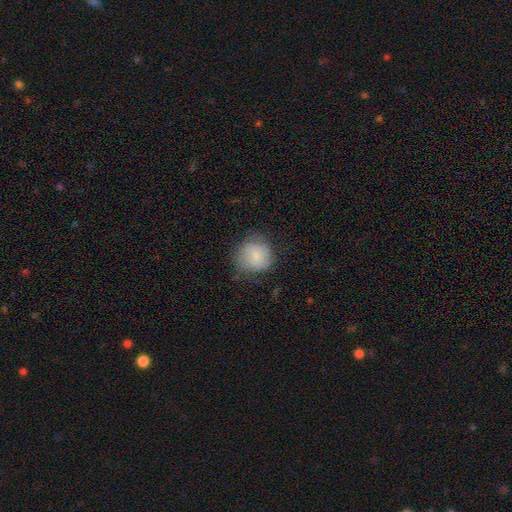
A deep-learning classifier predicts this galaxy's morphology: This is likely a smooth galaxy (77%). How rounded: clearly round (86%). Merging: likely none (60%).